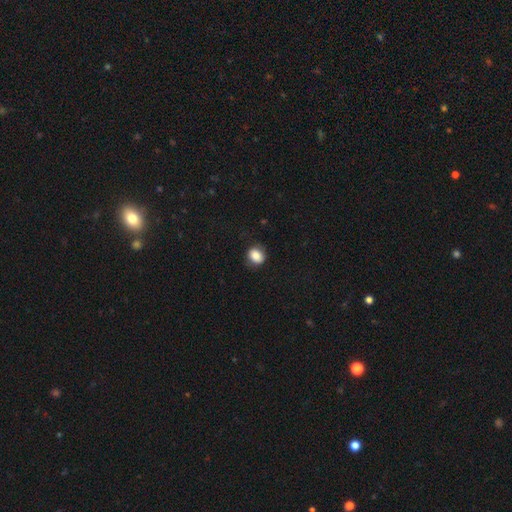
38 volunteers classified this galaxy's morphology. Smooth or featured? smooth (84%)
How rounded? in between (53%)
Merging? none (77%)